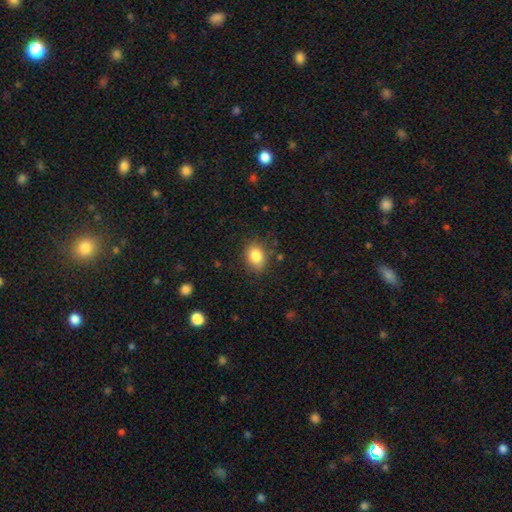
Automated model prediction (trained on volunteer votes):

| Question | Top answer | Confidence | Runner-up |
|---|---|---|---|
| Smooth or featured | smooth | 84% | star or artifact (9%) |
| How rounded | in between | 62% | round (37%) |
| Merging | none | 78% | minor disturbance (16%) |